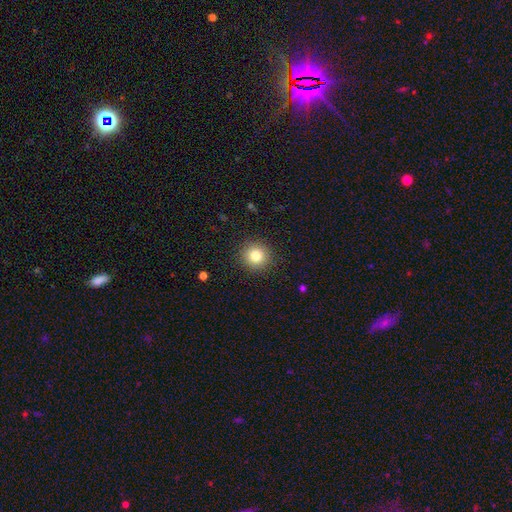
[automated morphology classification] A smooth galaxy with no disk features (82%) that is round (94%).

Vote fractions:
- Smooth or featured? smooth: 82% / star or artifact: 11% / featured or disk: 7%
- How rounded? round: 94% / in between: 5% / cigar-shaped: 1%
- Merging? none: 91% / minor disturbance: 6% / major disturbance: 2% / merger: 1%